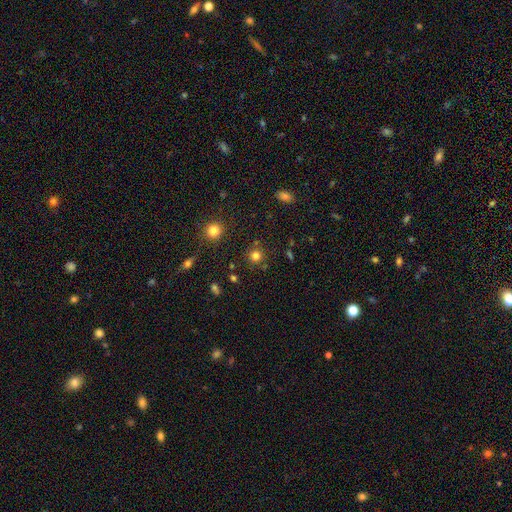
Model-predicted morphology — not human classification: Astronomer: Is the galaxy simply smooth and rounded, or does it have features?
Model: smooth — 78%.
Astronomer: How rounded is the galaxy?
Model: round — 93%.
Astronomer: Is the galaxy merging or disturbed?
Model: none — 86%.